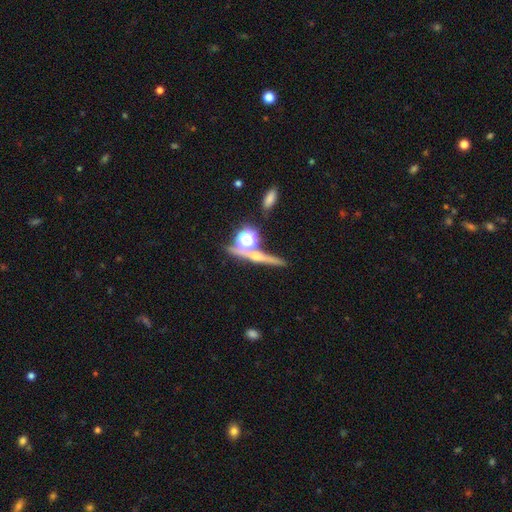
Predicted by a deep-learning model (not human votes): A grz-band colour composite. It shows a featured or disk galaxy (40%). Merging: none (69%).